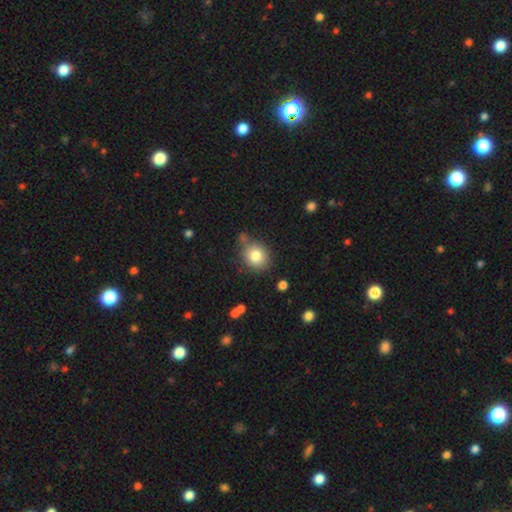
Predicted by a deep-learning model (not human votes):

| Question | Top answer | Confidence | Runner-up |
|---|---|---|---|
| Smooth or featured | smooth | 81% | star or artifact (10%) |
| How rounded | round | 77% | in between (22%) |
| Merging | none | 71% | minor disturbance (16%) |